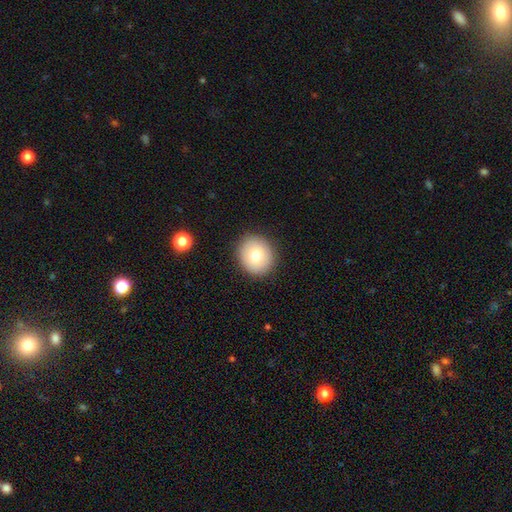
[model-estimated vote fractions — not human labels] A smooth galaxy with no disk features (76%) that is round (80%). Merging: none (89%).